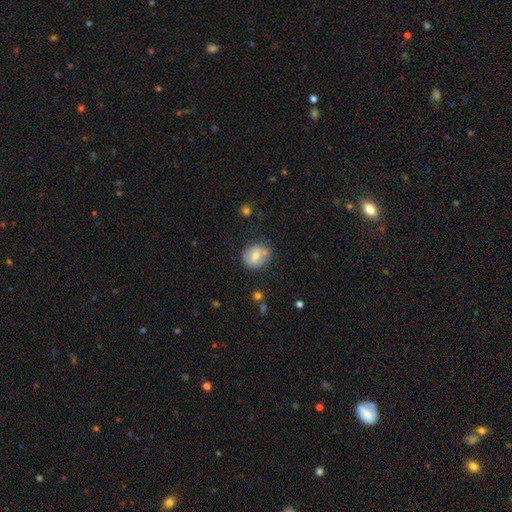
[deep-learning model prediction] The model was most divided on "smooth or featured": smooth: 67%, featured or disk: 24%, star or artifact: 9%. More confident: how rounded — round (73%); merging — none (70%).